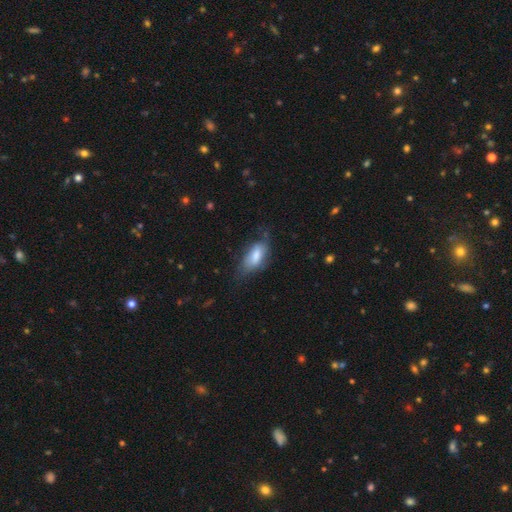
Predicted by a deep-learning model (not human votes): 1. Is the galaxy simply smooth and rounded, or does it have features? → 72% smooth, 21% featured or disk, 7% star or artifact.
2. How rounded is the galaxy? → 84% in between, 13% cigar-shaped, 3% round.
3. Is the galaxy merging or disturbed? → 51% none, 32% minor disturbance, 15% major disturbance, 2% merger.